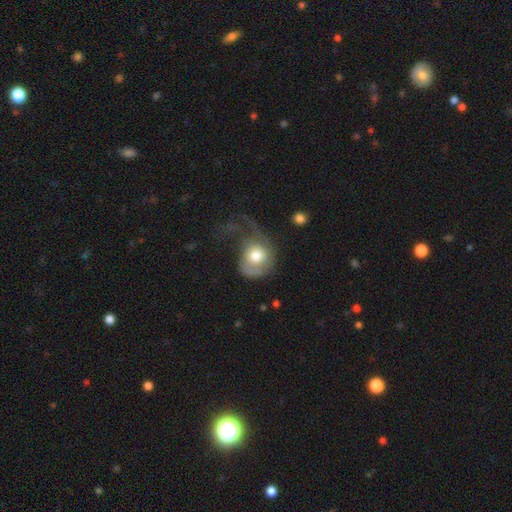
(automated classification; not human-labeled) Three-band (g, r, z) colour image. It shows a smooth galaxy with no disk features (54%) that is round (71%). Merging: major disturbance (60%).